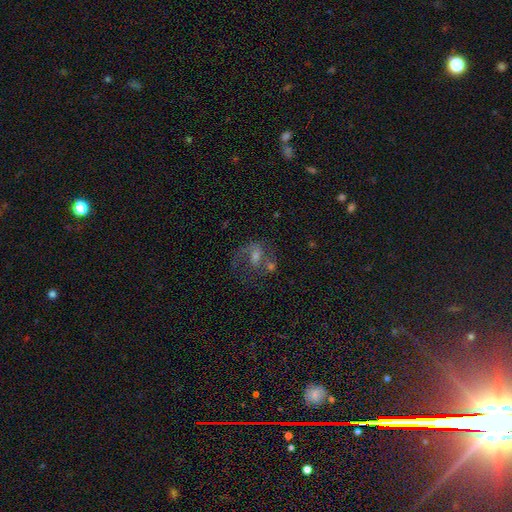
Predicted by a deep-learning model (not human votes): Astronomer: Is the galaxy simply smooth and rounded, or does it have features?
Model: featured or disk — 65%.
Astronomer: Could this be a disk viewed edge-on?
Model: no — 97%.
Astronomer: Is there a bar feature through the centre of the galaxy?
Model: weak — 47% (runner-up: no, 35%).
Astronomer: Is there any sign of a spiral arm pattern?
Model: yes — 83%.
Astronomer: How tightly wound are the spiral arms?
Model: medium — 47% (runner-up: loose, 38%).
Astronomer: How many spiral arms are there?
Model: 2 — 62%.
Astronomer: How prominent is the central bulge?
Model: moderate — 45% (runner-up: small, 35%).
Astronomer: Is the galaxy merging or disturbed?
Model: none — 45% (runner-up: major disturbance, 21%).